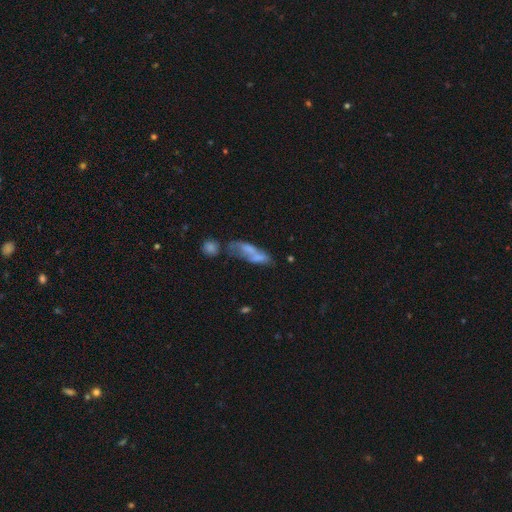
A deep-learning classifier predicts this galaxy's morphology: Smooth or featured: smooth — 54% (featured or disk — 35%)
How rounded: in between — 52% (cigar-shaped — 44%)
Merging: none — 30% (merger — 29%)